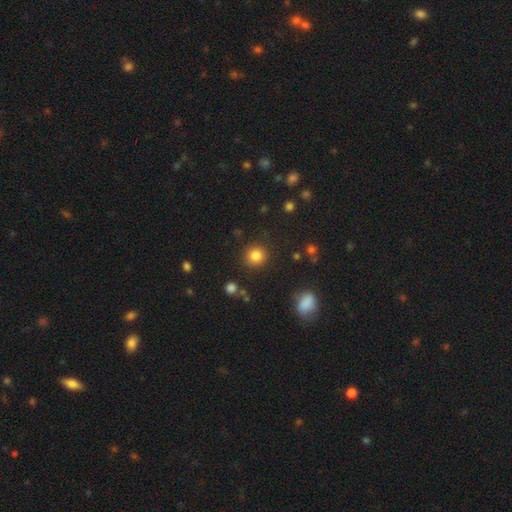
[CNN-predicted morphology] This is clearly a smooth galaxy (83%). How rounded: clearly round (90%). Merging: clearly none (88%).